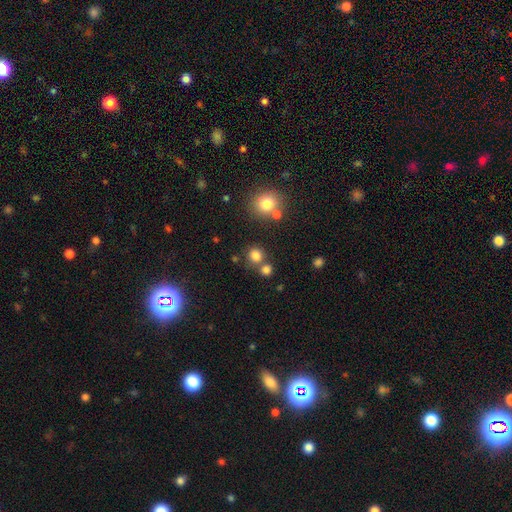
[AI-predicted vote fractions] Smooth or featured? smooth (79%)
How rounded? round (88%)
Merging? none (69%)